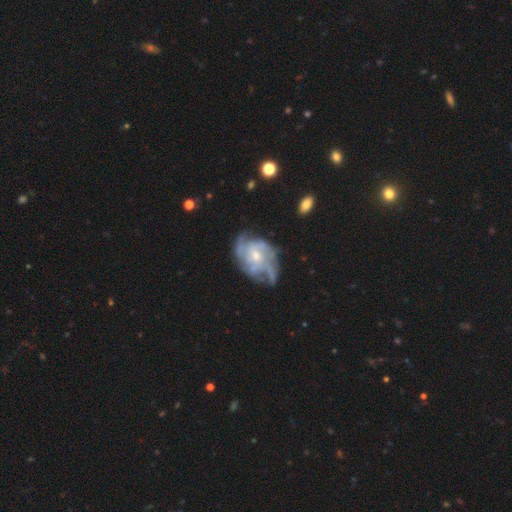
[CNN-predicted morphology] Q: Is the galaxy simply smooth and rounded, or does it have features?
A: featured or disk — 85%.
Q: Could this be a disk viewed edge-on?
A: no — 97%.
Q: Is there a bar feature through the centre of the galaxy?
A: no — 62%.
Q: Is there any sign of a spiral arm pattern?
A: yes — 92%.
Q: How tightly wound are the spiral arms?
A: medium — 42%.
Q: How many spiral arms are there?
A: can't tell — 32%.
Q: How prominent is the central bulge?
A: small — 61%.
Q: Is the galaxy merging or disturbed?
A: none — 57%.